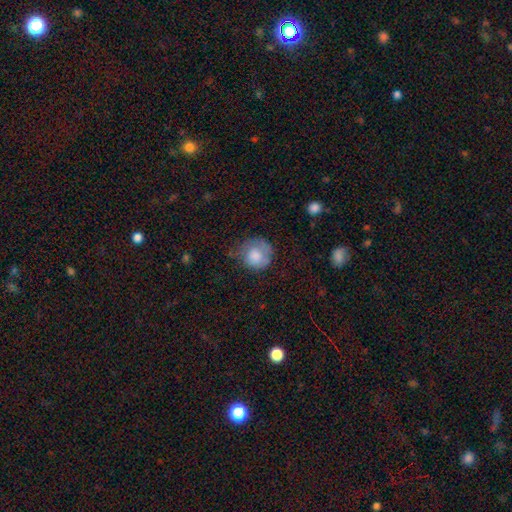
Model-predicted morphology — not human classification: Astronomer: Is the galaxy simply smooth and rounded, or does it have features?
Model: smooth — 75%.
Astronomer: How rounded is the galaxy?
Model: round — 87%.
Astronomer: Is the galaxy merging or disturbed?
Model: none — 51% (runner-up: minor disturbance, 31%).